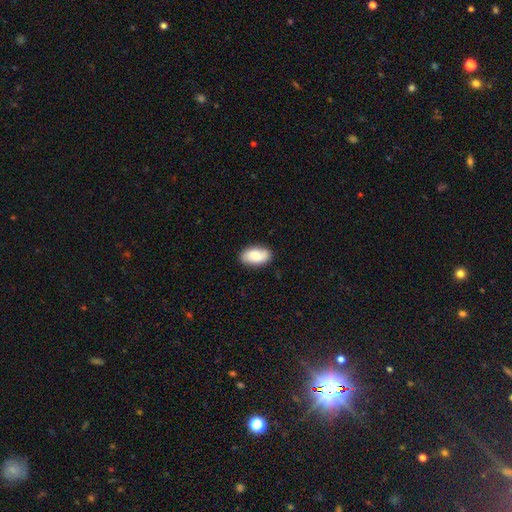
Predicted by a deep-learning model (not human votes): smooth 81%, featured or disk 12%, star or artifact 6%. Down the decision tree: how rounded — in between (94%); merging — none (86%).